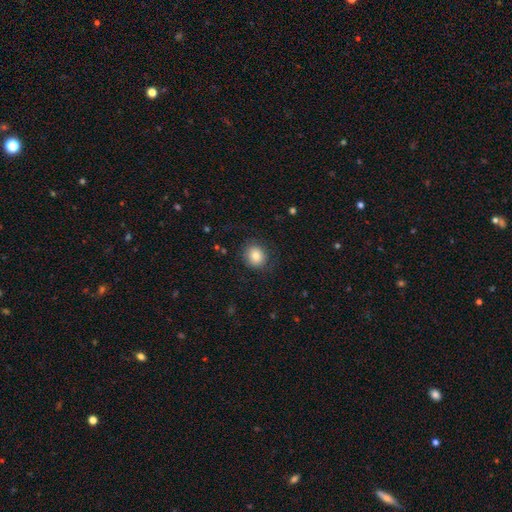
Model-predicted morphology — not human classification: Smooth or featured? smooth (80%)
How rounded? round (81%)
Merging? none (83%)